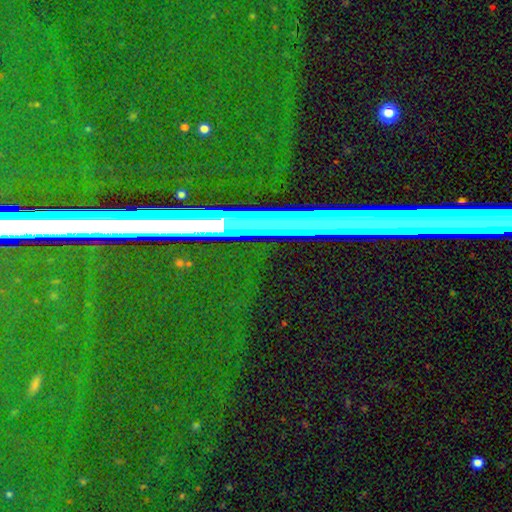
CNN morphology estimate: Overall: star or artifact (63%).